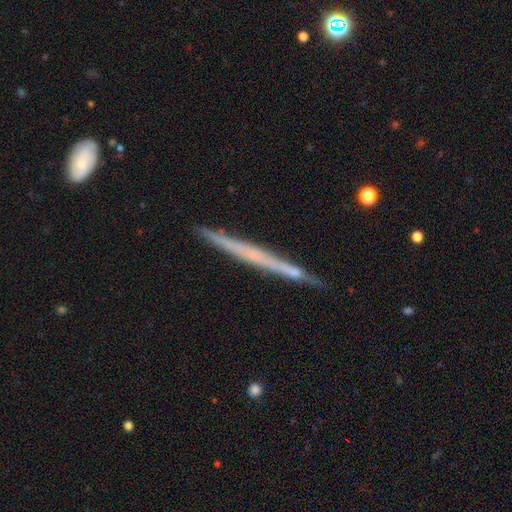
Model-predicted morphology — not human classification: smooth_or_featured: featured or disk (p=0.57) [alt: smooth p=0.36]
disk_edge_on: yes (p=0.97) [alt: no p=0.03]
edge_on_bulge: none (p=0.88) [alt: rounded p=0.08]
merging: none (p=0.88) [alt: minor disturbance p=0.09]